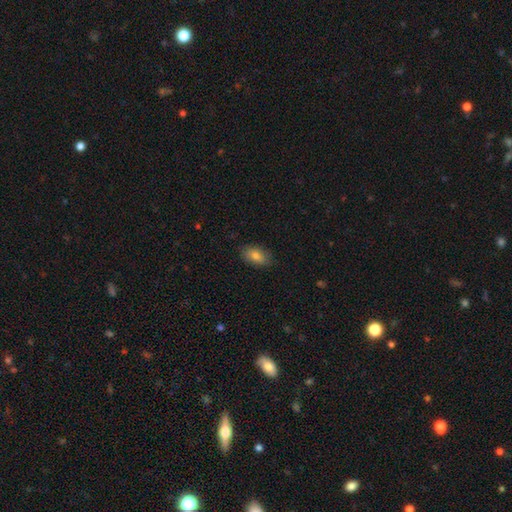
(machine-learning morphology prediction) Overall: smooth (80%). How rounded: in between (91%). Merging: none (85%).